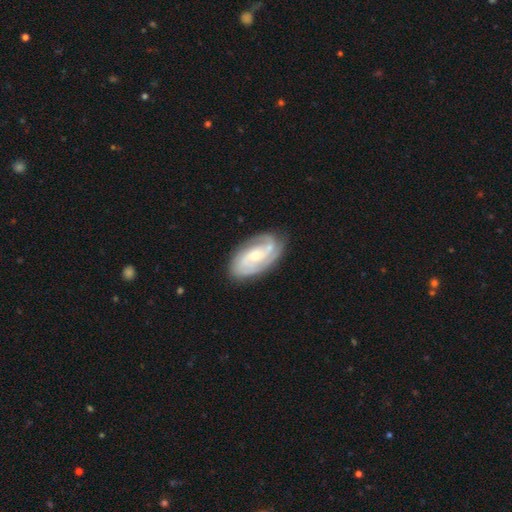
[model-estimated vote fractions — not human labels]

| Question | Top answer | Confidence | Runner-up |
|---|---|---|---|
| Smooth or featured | featured or disk | 85% | smooth (10%) |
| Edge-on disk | no | 96% | yes (4%) |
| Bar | no | 56% | weak (33%) |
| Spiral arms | yes | 96% | no (4%) |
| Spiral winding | tight | 53% | medium (37%) |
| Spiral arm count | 2 | 39% | 3 (29%) |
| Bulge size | small | 60% | moderate (37%) |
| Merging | none | 76% | minor disturbance (17%) |